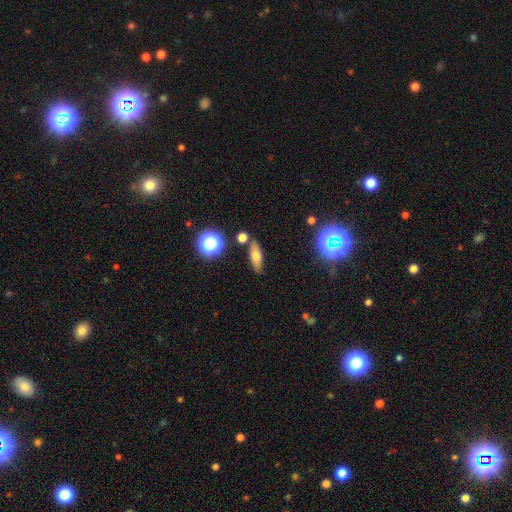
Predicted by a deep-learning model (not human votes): Morphology: type=smooth (63%); roundness=in between (53%); merging=none (80%).